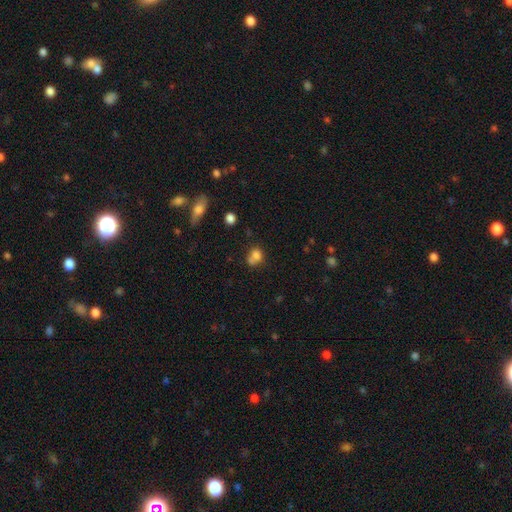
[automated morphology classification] Smooth or featured?
  - smooth: 76% *
  - star or artifact: 12%
  - featured or disk: 12%
How rounded?
  - round: 62% *
  - in between: 36%
  - cigar-shaped: 1%
Merging?
  - merger: 42% *
  - none: 37%
  - minor disturbance: 14%
  - major disturbance: 6%